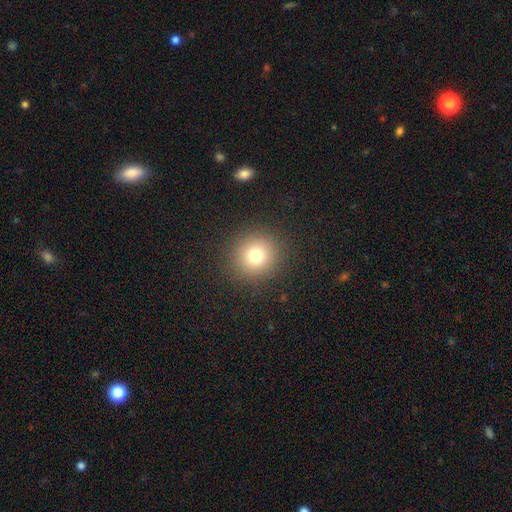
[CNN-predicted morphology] smooth 76%, star or artifact 15%, featured or disk 9%. Down the decision tree: how rounded — round (90%); merging — none (90%).